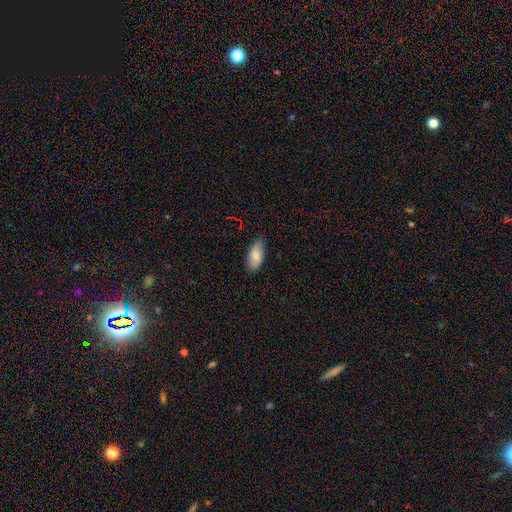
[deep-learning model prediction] This appears to be a smooth galaxy with no disk features (82%) that is in between round and cigar-shaped (90%). Merging: none (82%).